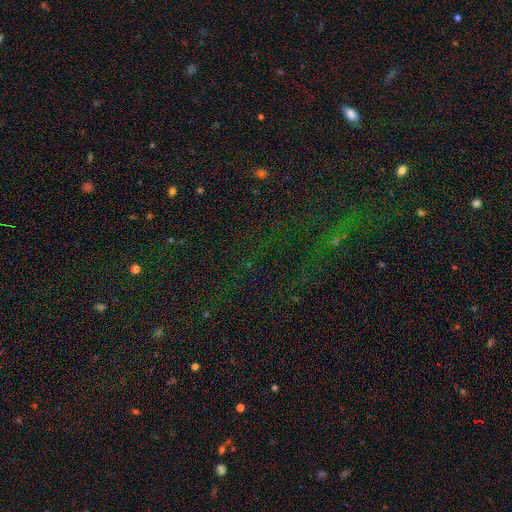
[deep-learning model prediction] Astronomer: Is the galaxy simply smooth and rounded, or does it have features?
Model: star or artifact — 74%.